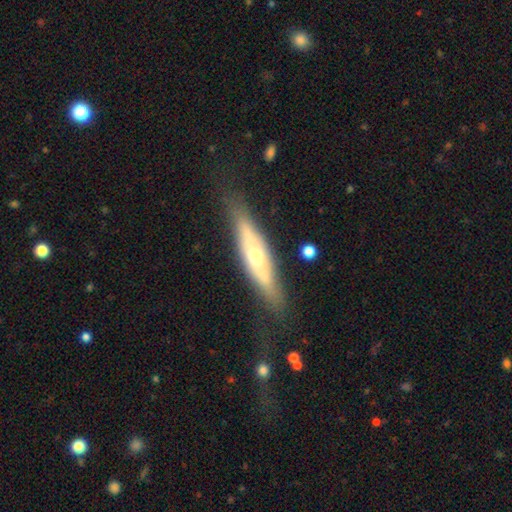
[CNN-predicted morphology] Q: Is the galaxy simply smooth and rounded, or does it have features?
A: featured or disk — 58%.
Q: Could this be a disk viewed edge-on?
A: yes — 62%.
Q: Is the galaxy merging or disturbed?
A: none — 72%.